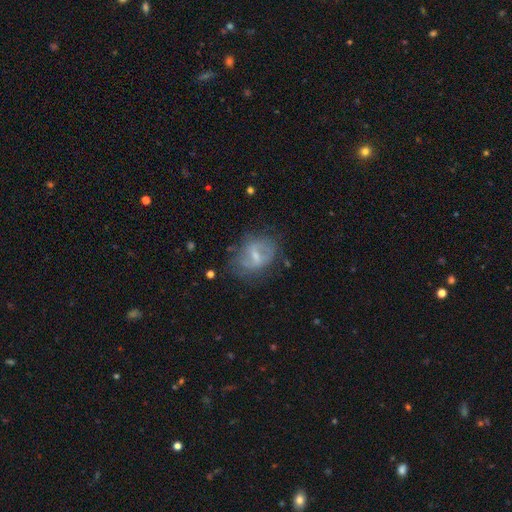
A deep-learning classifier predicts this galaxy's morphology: This is likely a featured or disk galaxy (61%). It is clearly not viewed edge-on (95%). Bar: possibly weak (50%). Spiral arm pattern: possibly yes (51%). Central bulge: possibly small (50%). Merging: possibly none (53%).